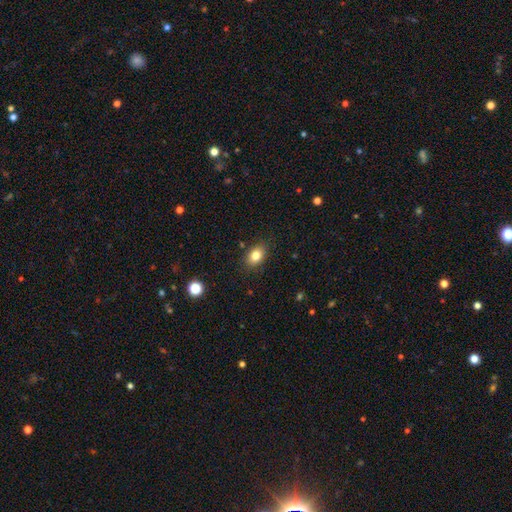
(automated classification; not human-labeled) A smooth galaxy with no disk features (81%) that is in between round and cigar-shaped (75%). Merging: none (85%).